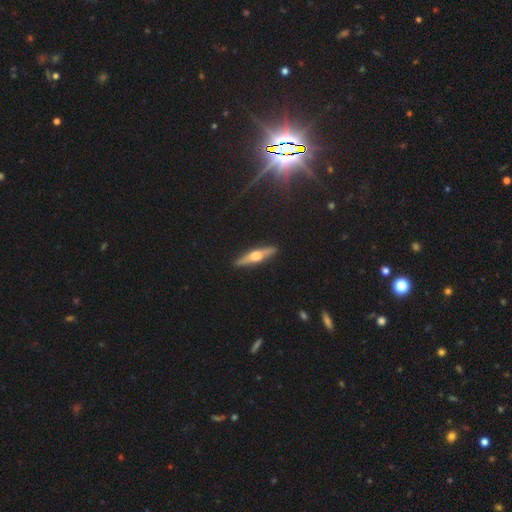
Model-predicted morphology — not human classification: Smooth or featured?
  - featured or disk: 69% *
  - smooth: 25%
  - star or artifact: 6%
Edge-on disk?
  - yes: 97% *
  - no: 3%
Edge-on bulge?
  - rounded: 91% *
  - boxy: 6%
  - none: 3%
Merging?
  - none: 91% *
  - minor disturbance: 7%
  - major disturbance: 1%
  - merger: 1%